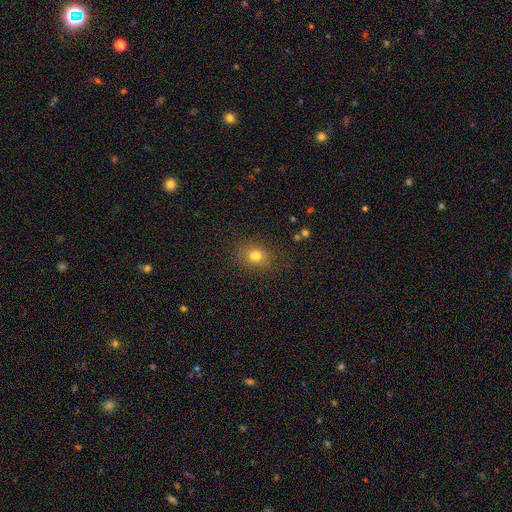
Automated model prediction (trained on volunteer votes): Smooth or featured?
  - smooth: 77% *
  - star or artifact: 15%
  - featured or disk: 8%
How rounded?
  - round: 61% *
  - in between: 38%
  - cigar-shaped: 1%
Merging?
  - none: 83% *
  - minor disturbance: 12%
  - major disturbance: 4%
  - merger: 2%